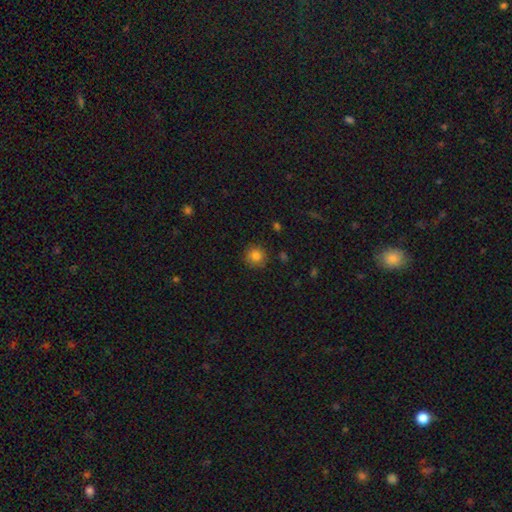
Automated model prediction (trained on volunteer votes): Smooth or featured?
  - smooth: 82% *
  - star or artifact: 11%
  - featured or disk: 7%
How rounded?
  - round: 93% *
  - in between: 6%
  - cigar-shaped: 1%
Merging?
  - none: 88% *
  - minor disturbance: 8%
  - major disturbance: 2%
  - merger: 1%